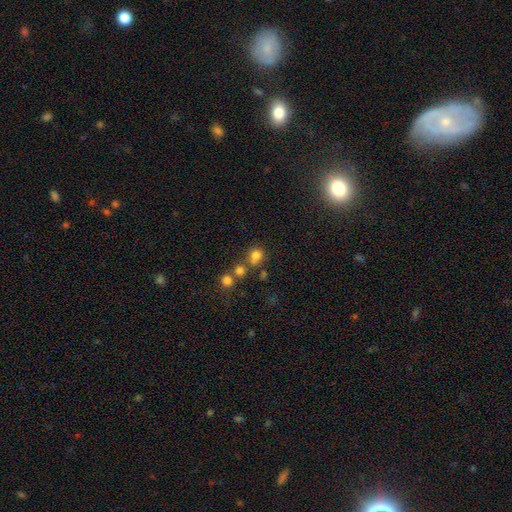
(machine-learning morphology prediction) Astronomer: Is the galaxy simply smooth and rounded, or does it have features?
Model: smooth — 75%.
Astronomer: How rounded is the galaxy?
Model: round — 81%.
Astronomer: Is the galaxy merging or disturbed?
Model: none — 55%.